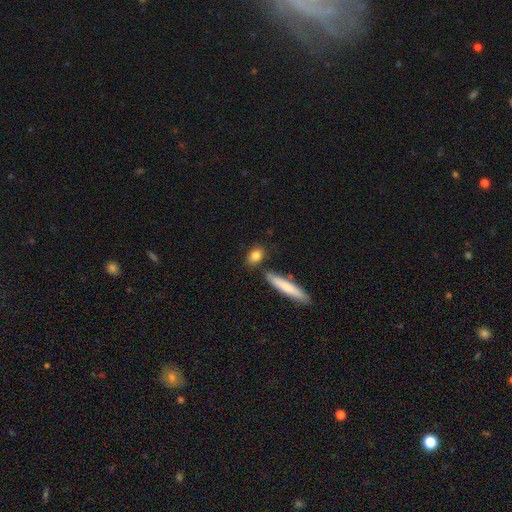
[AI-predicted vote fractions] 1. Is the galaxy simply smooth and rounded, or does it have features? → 82% smooth, 11% featured or disk, 7% star or artifact.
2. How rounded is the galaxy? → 62% in between, 21% cigar-shaped, 17% round.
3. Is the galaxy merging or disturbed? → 73% none, 13% minor disturbance, 10% merger, 3% major disturbance.